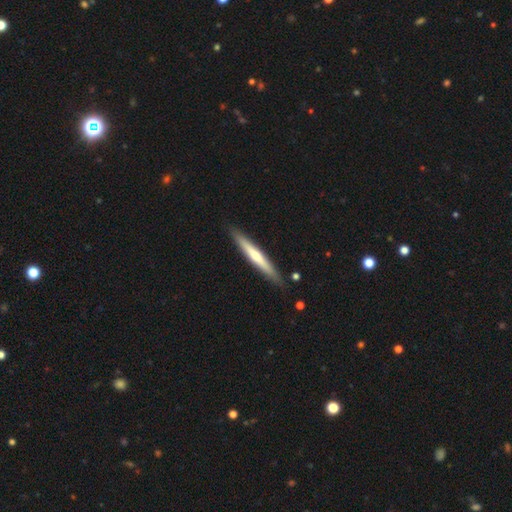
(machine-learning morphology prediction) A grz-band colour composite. It shows a featured or disk galaxy (50%). Merging: none (89%).